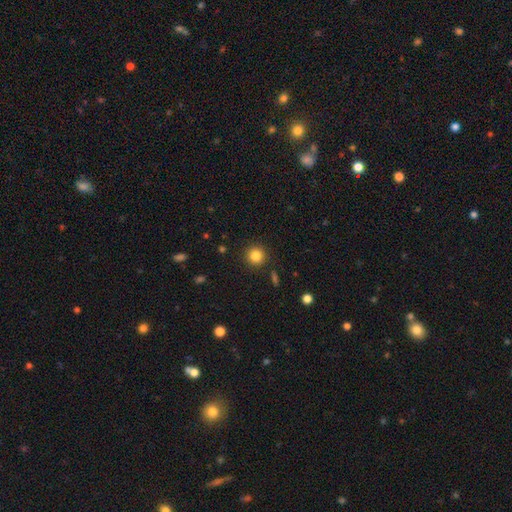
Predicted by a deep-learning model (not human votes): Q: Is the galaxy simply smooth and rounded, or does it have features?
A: smooth — 84%.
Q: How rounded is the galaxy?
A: round — 94%.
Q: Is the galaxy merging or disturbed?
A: none — 91%.